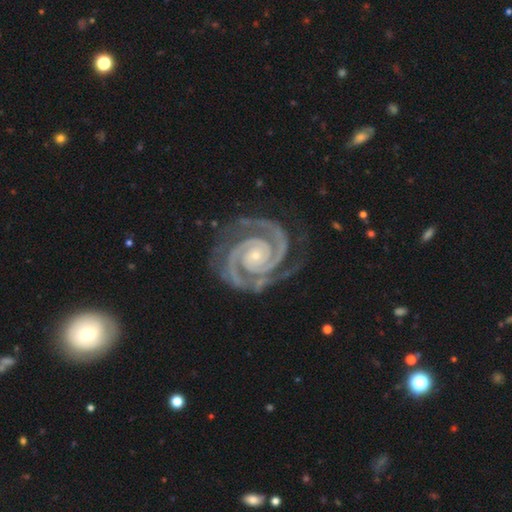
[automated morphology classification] The model was most divided on "bar": no: 73%, weak: 16%, strong: 11%. More confident: spiral arms — yes (99%); edge-on disk — no (98%); smooth or featured — featured or disk (95%); spiral arm count — 2 (90%); merging — none (80%); bulge size — small (80%); spiral winding — tight (80%).